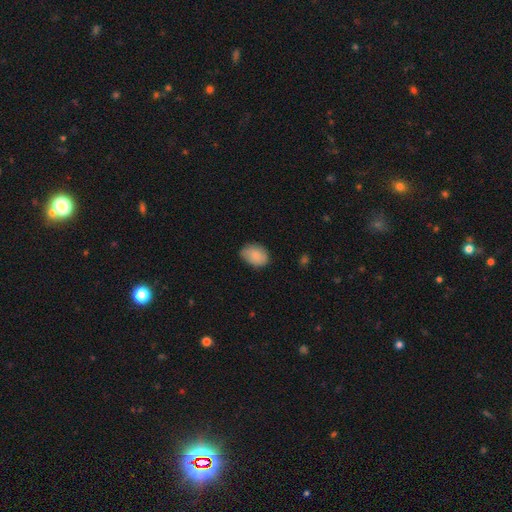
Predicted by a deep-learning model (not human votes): Smooth or featured? Predicted: smooth (p=0.85). How rounded? Predicted: in between (p=0.77). Merging? Predicted: none (p=0.71).